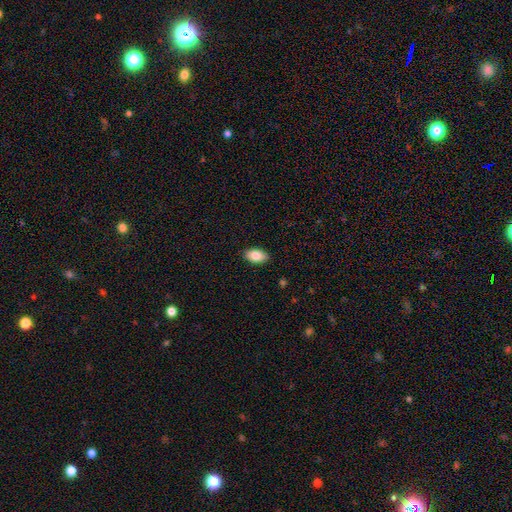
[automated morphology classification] smooth 83%, featured or disk 10%, star or artifact 7%. Down the decision tree: how rounded — in between (93%); merging — none (89%).